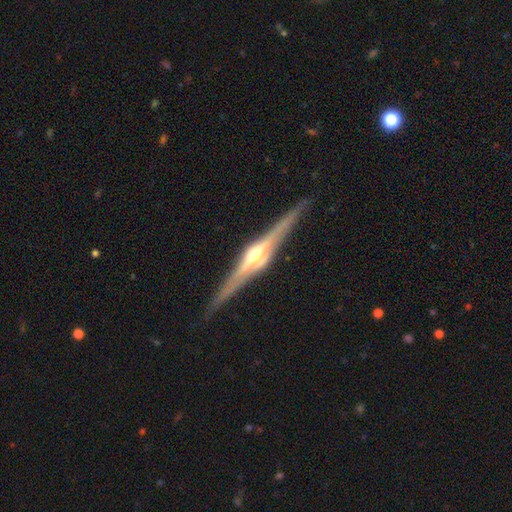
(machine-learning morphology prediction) type=featured or disk (88%); edge-on=yes (98%); edge-on bulge=rounded (91%); merging=none (89%).